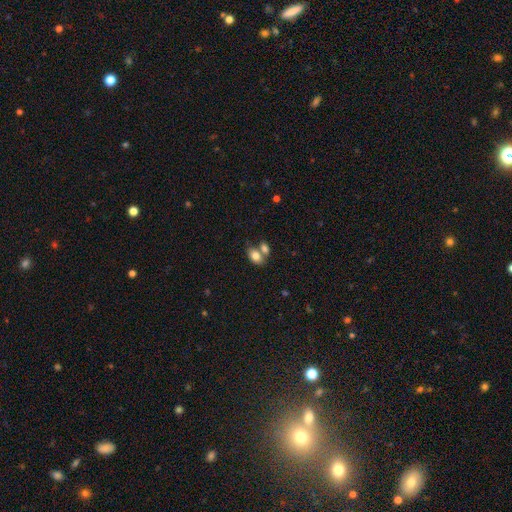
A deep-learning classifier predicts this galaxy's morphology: The model was most divided on "merging": merger: 48%, none: 37%, minor disturbance: 11%, major disturbance: 4%. More confident: how rounded — in between (86%); smooth or featured — smooth (80%).